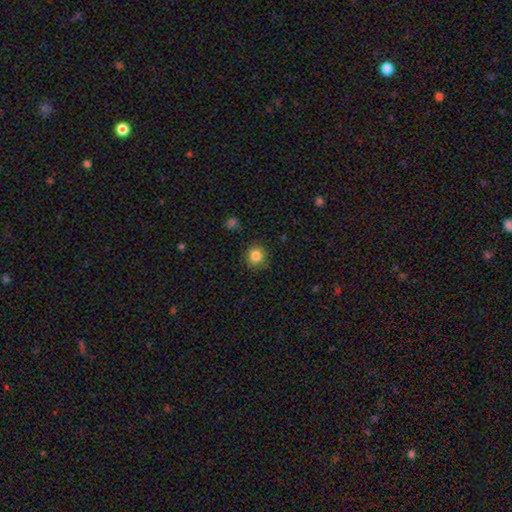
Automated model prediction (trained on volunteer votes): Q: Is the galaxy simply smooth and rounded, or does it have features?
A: smooth — 85%.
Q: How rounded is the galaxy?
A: round — 90%.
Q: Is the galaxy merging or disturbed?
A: none — 87%.